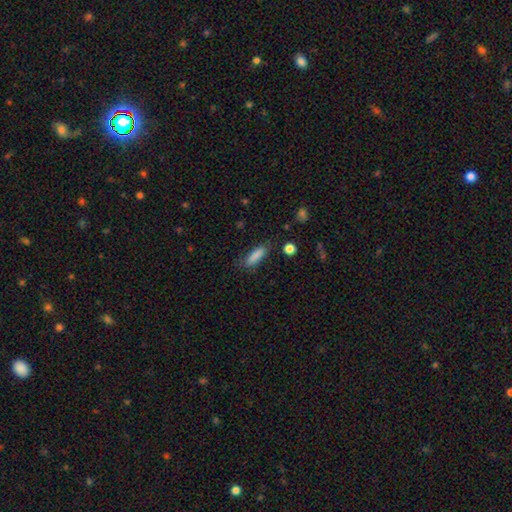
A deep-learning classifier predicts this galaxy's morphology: This is clearly a smooth galaxy (86%). How rounded: possibly cigar-shaped (57%). Merging: likely none (79%).